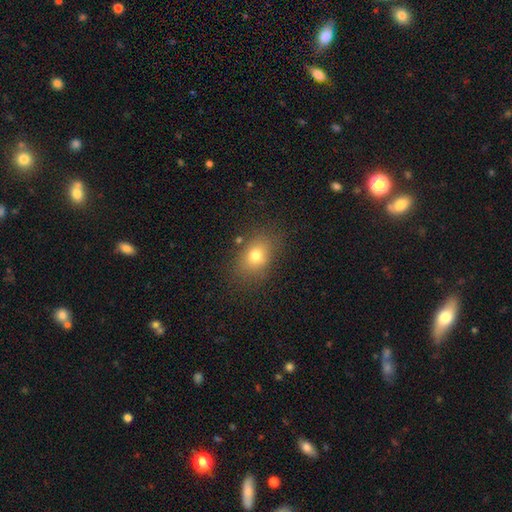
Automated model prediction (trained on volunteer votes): This appears to be a smooth galaxy with no disk features (75%) that is in between round and cigar-shaped (67%). Merging: none (78%).